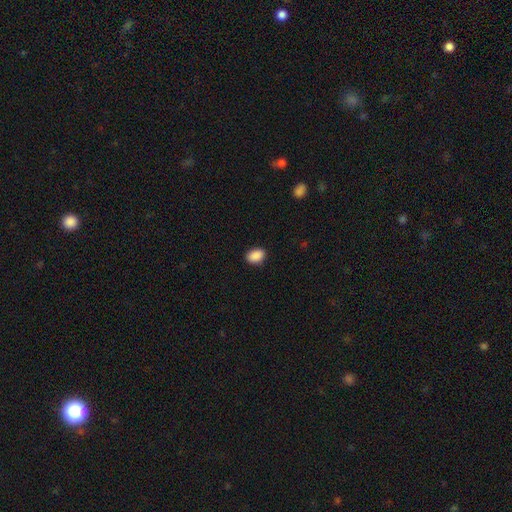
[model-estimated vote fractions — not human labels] Smooth or featured?
  - smooth: 90% *
  - star or artifact: 8%
  - featured or disk: 2%
How rounded?
  - in between: 81% *
  - round: 18%
  - cigar-shaped: 1%
Merging?
  - none: 89% *
  - minor disturbance: 8%
  - major disturbance: 2%
  - merger: 1%